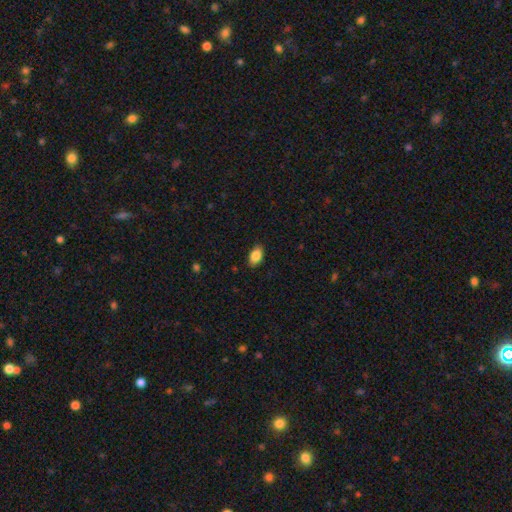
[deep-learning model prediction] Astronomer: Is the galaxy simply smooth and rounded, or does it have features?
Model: smooth — 86%.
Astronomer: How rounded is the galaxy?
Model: in between — 91%.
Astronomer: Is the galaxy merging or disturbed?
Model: none — 88%.